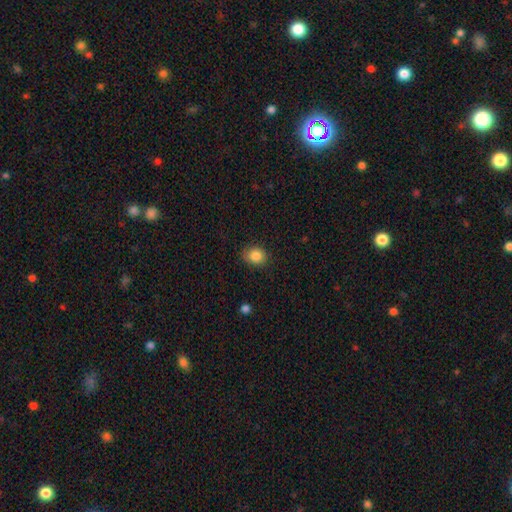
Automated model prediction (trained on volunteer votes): The model was most divided on "how rounded": round: 59%, in between: 40%, cigar-shaped: 1%. More confident: smooth or featured — smooth (86%); merging — none (83%).